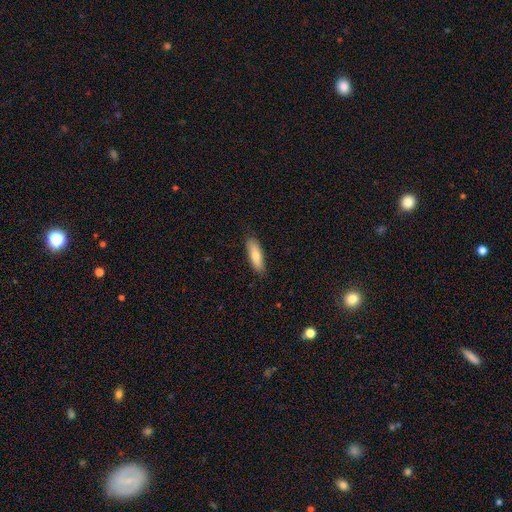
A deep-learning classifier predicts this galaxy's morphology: Smooth or featured: smooth — 74% (featured or disk — 20%)
How rounded: in between — 50% (cigar-shaped — 48%)
Merging: none — 86% (minor disturbance — 11%)